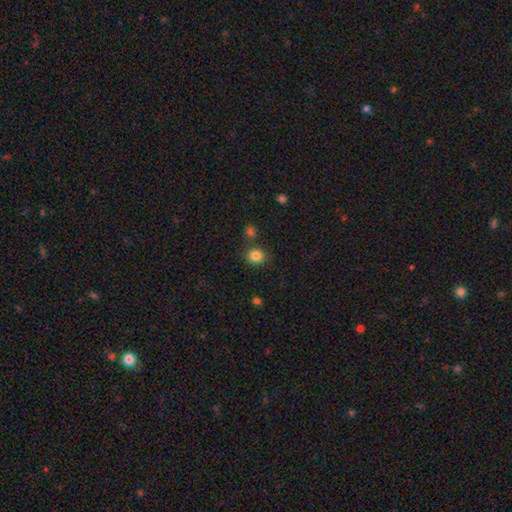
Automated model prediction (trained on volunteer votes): The model was most divided on "how rounded": round: 68%, in between: 31%, cigar-shaped: 1%. More confident: smooth or featured — smooth (84%); merging — none (77%).